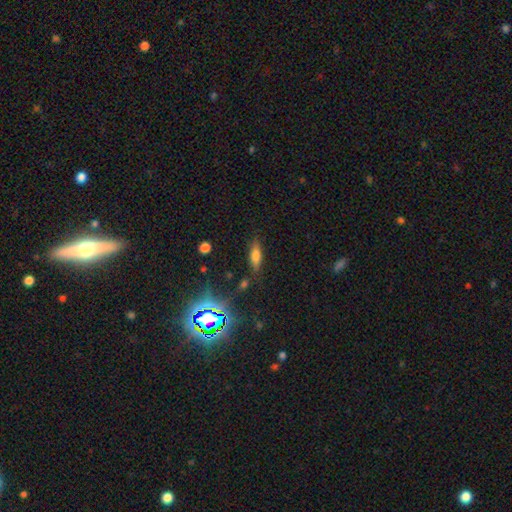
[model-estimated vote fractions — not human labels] Smooth or featured: smooth — 61% (featured or disk — 24%)
How rounded: in between — 54% (cigar-shaped — 43%)
Merging: none — 80% (minor disturbance — 13%)